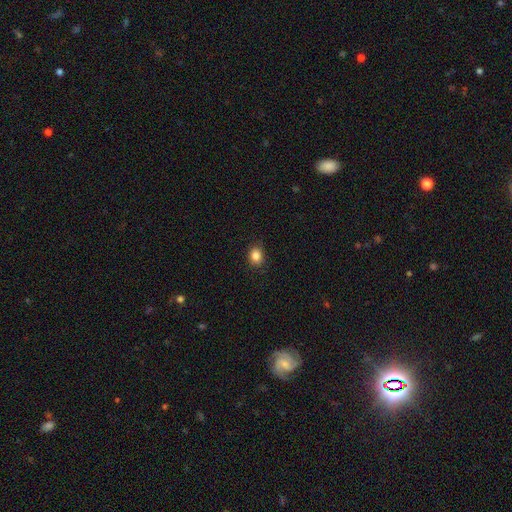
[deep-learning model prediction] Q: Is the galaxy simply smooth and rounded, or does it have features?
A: smooth — 86%.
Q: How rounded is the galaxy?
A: round — 54%.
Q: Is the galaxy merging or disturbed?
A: none — 86%.